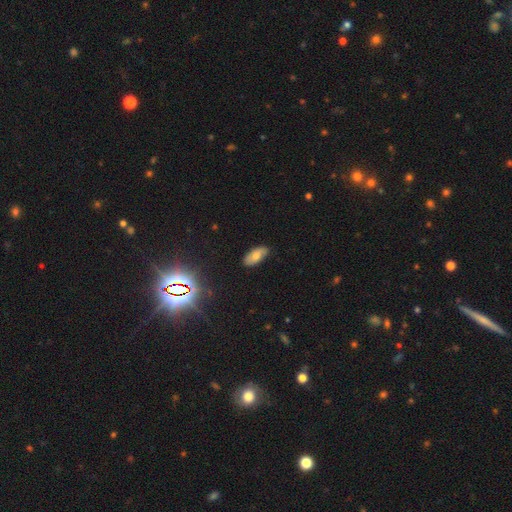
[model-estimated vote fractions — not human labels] The model was most divided on "smooth or featured": smooth: 65%, featured or disk: 22%, star or artifact: 12%. More confident: how rounded — in between (90%); merging — none (81%).